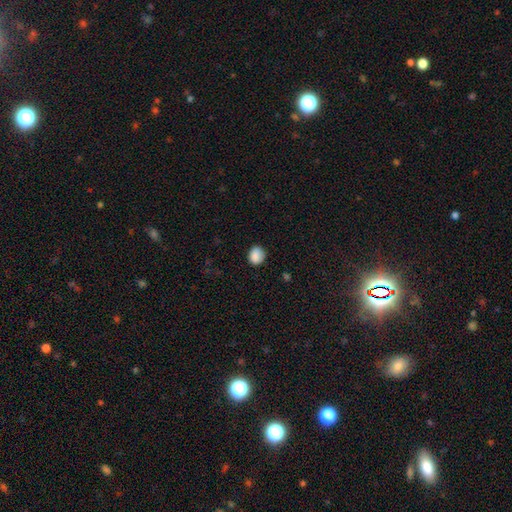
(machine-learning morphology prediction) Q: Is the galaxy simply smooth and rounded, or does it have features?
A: smooth — 88%.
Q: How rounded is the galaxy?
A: round — 58%.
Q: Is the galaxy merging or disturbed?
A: none — 79%.